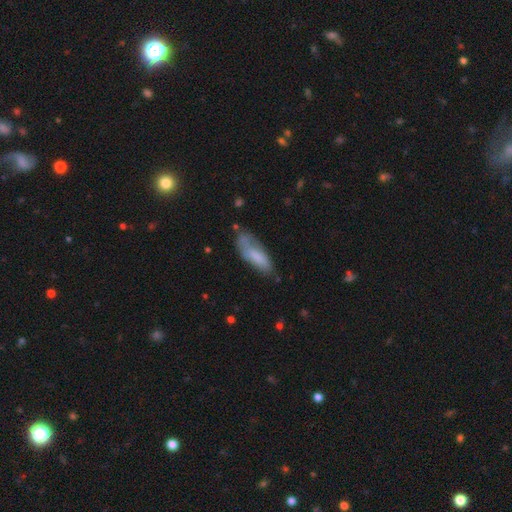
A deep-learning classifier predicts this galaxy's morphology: The model was most divided on "merging": none: 50%, minor disturbance: 32%, major disturbance: 14%, merger: 4%. More confident: smooth or featured — smooth (69%); how rounded — in between (63%).